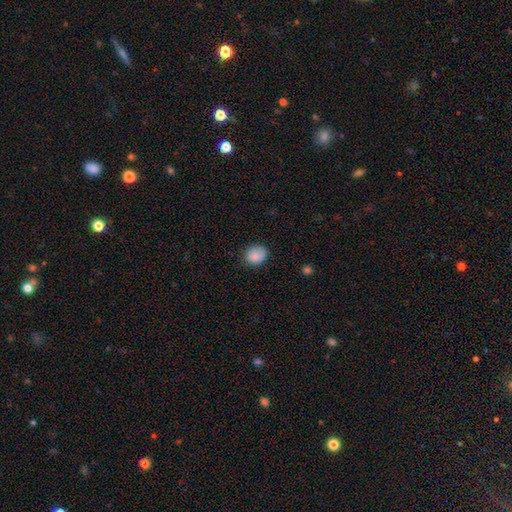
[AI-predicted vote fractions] smooth_or_featured: smooth (p=0.84) [alt: star or artifact p=0.08]
how_rounded: round (p=0.67) [alt: in between p=0.32]
merging: none (p=0.78) [alt: minor disturbance p=0.17]